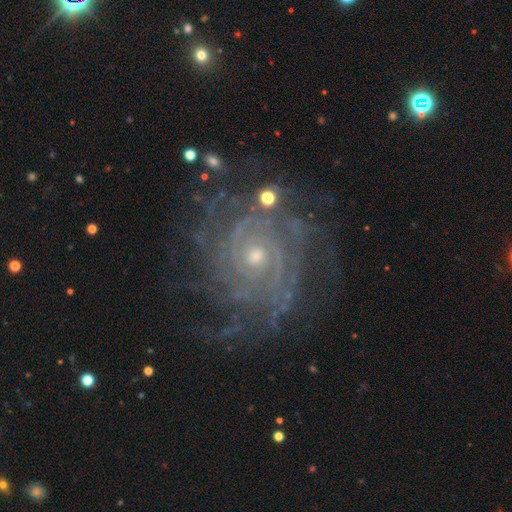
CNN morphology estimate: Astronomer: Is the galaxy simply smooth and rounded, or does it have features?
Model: featured or disk — 84%.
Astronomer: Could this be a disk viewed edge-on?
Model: no — 97%.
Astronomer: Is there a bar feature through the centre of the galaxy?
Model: no — 79%.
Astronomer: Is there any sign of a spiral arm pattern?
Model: yes — 96%.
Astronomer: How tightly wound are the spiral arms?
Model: tight — 69%.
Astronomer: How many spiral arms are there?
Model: can't tell — 30% (runner-up: more than 4, 21%).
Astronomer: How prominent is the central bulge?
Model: small — 72%.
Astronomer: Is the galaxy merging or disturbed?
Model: none — 76%.